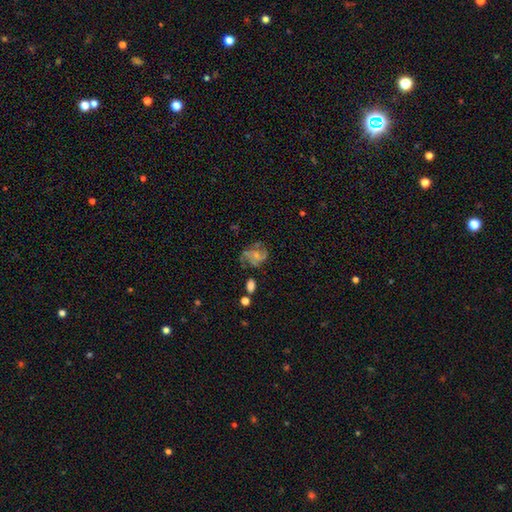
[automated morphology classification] featured or disk 64%, smooth 26%, star or artifact 10%. Down the decision tree: edge-on disk — no (98%); bar — no (67%); spiral arms — yes (82%); spiral arm count — 2 (32%); spiral winding — medium (46%); bulge size — small (57%); merging — none (49%).